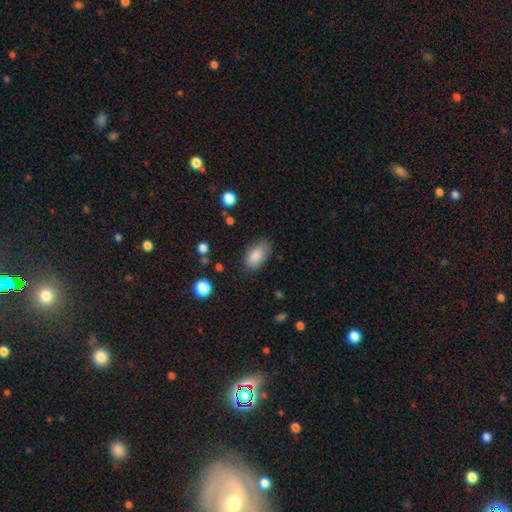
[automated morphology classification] smooth_or_featured: smooth (p=0.86) [alt: star or artifact p=0.07]
how_rounded: in between (p=0.92) [alt: round p=0.05]
merging: none (p=0.75) [alt: minor disturbance p=0.19]